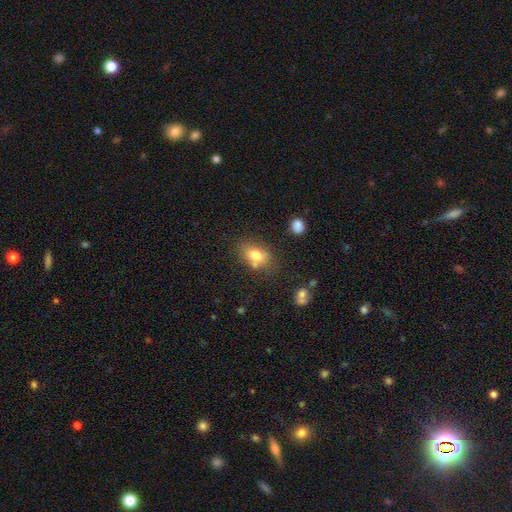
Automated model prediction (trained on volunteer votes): This appears to be a smooth galaxy with no disk features (76%) that is in between round and cigar-shaped (79%). Merging: none (60%).